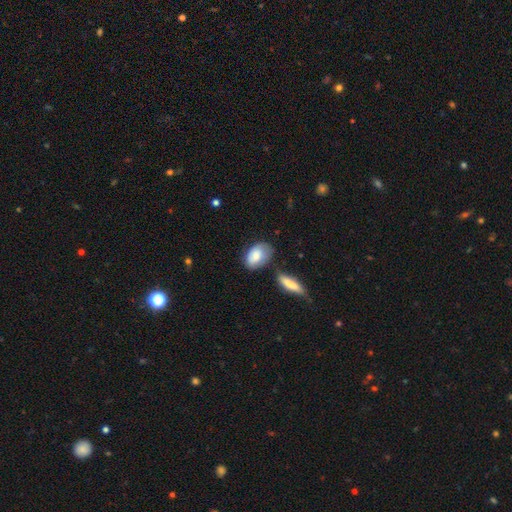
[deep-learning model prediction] smooth 76%, featured or disk 17%, star or artifact 6%. Down the decision tree: how rounded — in between (89%); merging — none (51%).